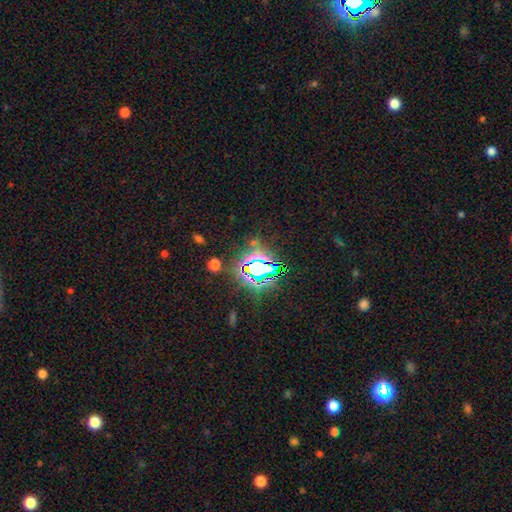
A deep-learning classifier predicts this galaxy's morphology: Q: Smooth or featured?
A: star or artifact (81%); runner-up: smooth (11%)